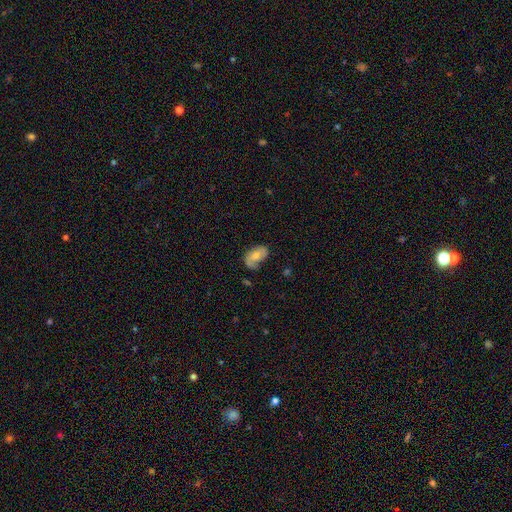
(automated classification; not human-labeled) Smooth or featured? featured or disk (49%)
Merging? none (53%)